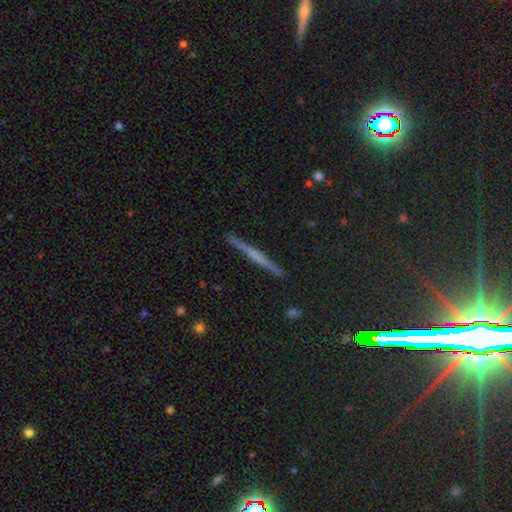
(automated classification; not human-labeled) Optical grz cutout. It shows a featured or disk galaxy (56%) viewed edge-on (98%) with no central bulge (53%). Merging: none (92%).